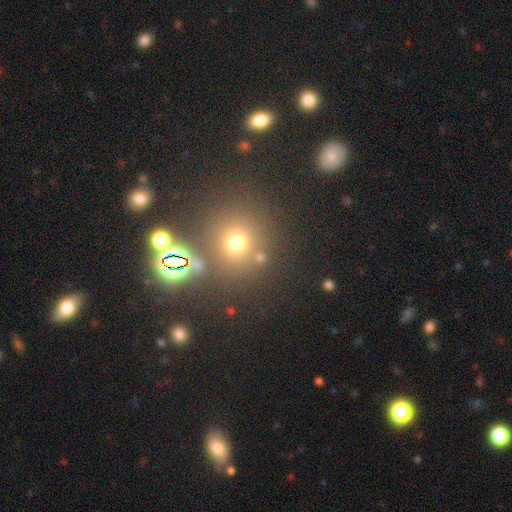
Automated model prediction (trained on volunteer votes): Morphology: type=smooth (55%); roundness=round (89%); merging=none (78%).